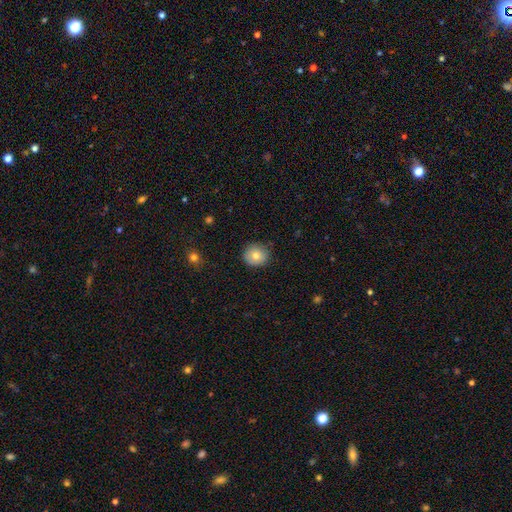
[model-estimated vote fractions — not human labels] Smooth or featured? Predicted: smooth (p=0.79). How rounded? Predicted: round (p=0.88). Merging? Predicted: none (p=0.84).